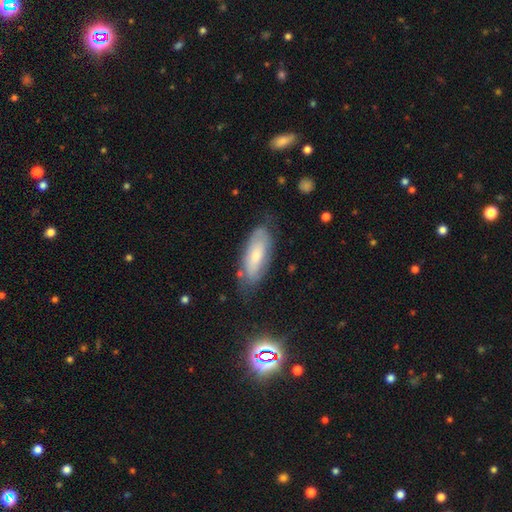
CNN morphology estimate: This appears to be a smooth galaxy with no disk features (53%) that is in between round and cigar-shaped (76%). Merging: none (67%).